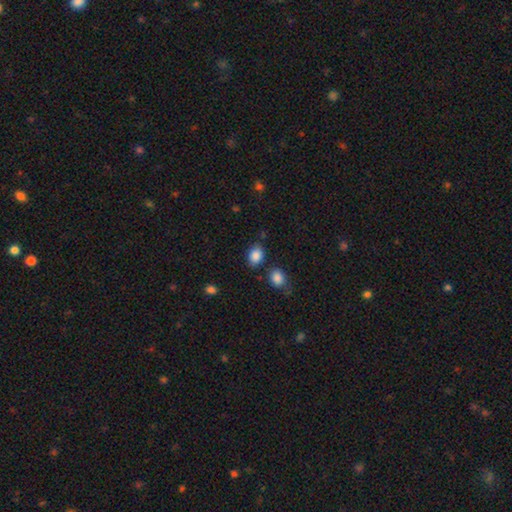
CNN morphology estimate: A smooth galaxy with no disk features (87%) that is in between round and cigar-shaped (64%).

Vote fractions:
- Smooth or featured? smooth: 87% / star or artifact: 9% / featured or disk: 4%
- How rounded? in between: 64% / round: 35% / cigar-shaped: 1%
- Merging? none: 77% / minor disturbance: 13% / merger: 7% / major disturbance: 4%